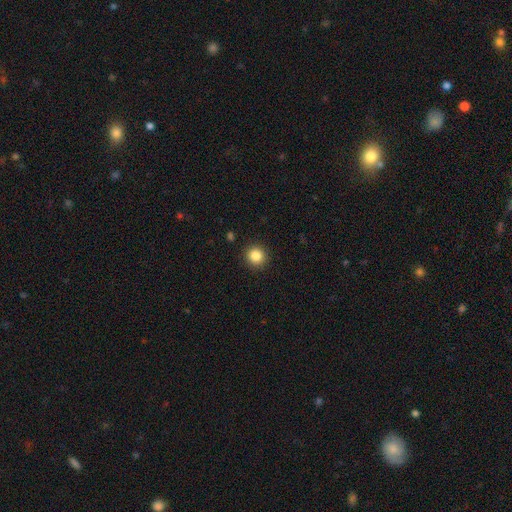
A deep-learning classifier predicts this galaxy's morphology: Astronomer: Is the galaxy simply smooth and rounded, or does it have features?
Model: smooth — 85%.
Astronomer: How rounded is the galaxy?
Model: round — 93%.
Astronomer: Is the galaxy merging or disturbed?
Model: none — 92%.